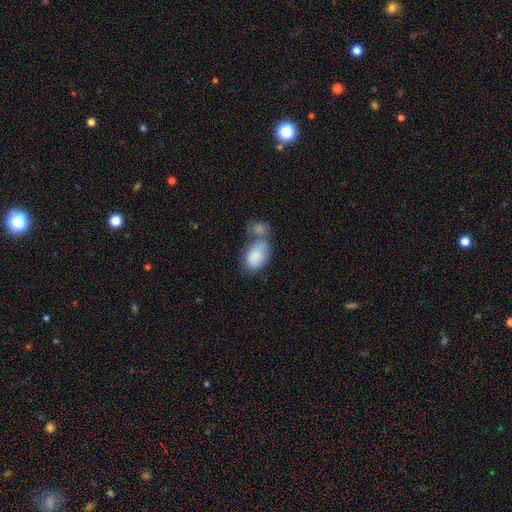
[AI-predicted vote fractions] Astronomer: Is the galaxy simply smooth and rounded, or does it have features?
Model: smooth — 84%.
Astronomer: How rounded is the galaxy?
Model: in between — 90%.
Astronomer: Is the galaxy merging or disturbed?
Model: merger — 46% (runner-up: none, 27%).